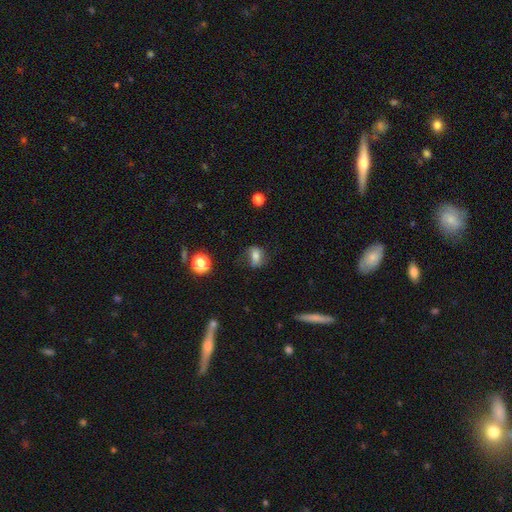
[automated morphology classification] smooth 71%, featured or disk 17%, star or artifact 12%. Down the decision tree: how rounded — in between (70%); merging — none (59%).